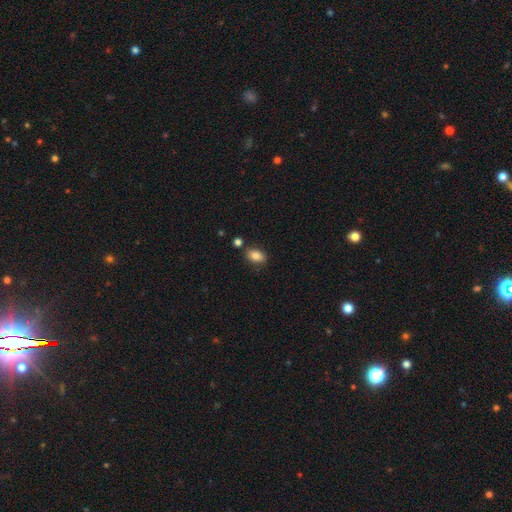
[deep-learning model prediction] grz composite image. It shows a smooth galaxy with no disk features (82%) that is in between round and cigar-shaped (85%). Merging: none (78%).